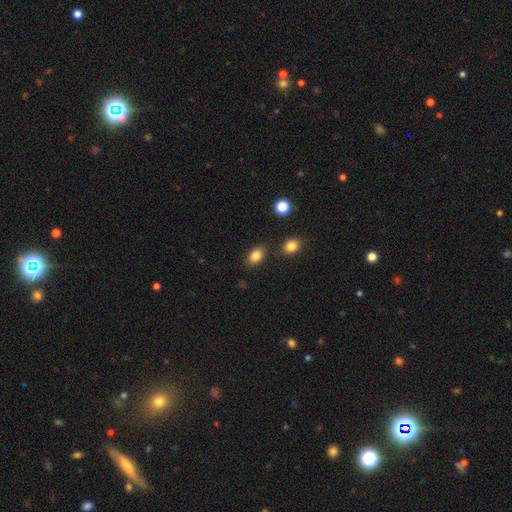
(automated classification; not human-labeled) smooth 84%, star or artifact 10%, featured or disk 6%. Down the decision tree: how rounded — in between (79%); merging — none (81%).